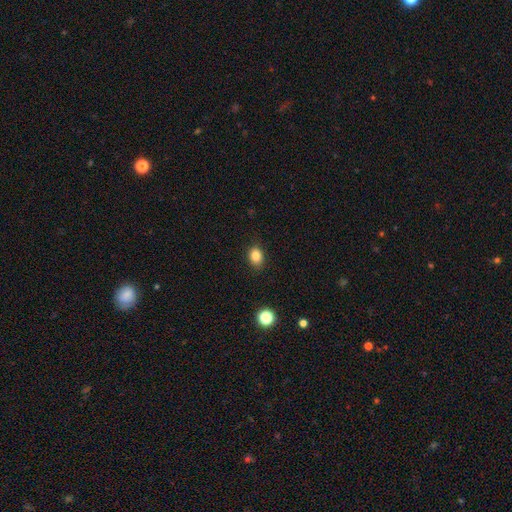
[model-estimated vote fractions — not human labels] Smooth or featured? smooth (85%)
How rounded? in between (64%)
Merging? none (88%)